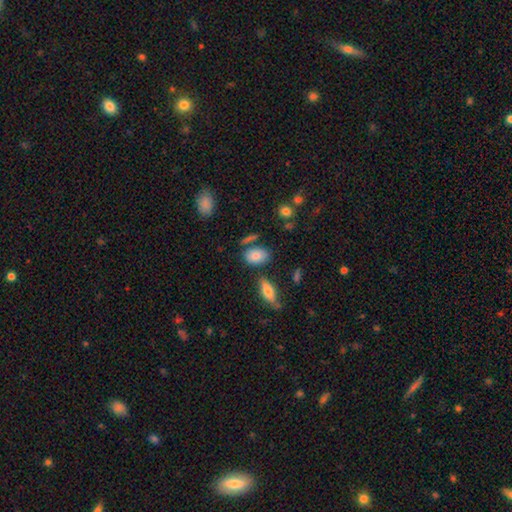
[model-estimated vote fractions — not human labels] Smooth or featured? smooth (81%)
How rounded? in between (84%)
Merging? none (67%)